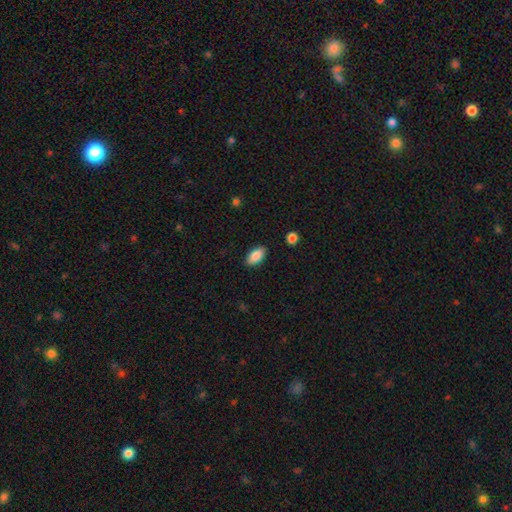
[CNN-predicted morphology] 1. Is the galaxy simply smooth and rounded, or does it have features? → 86% smooth, 7% star or artifact, 7% featured or disk.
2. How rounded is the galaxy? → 93% in between, 4% cigar-shaped, 3% round.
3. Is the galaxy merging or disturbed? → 88% none, 9% minor disturbance, 2% major disturbance, 1% merger.